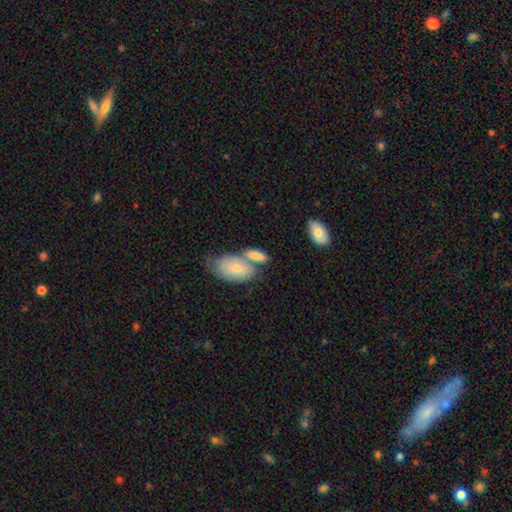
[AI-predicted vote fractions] This is likely a smooth galaxy (72%). How rounded: clearly in between (86%). Merging: marginally merger (43%).